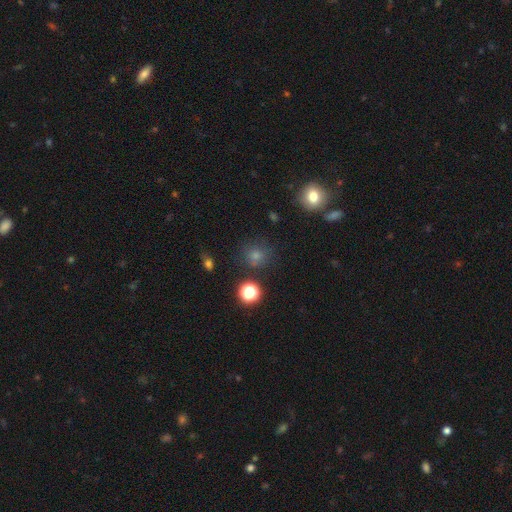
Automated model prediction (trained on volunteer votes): A smooth galaxy with no disk features (63%) that is round (87%). Merging: none (80%).